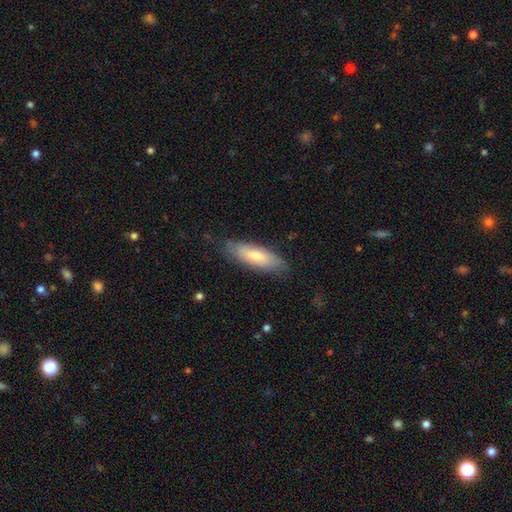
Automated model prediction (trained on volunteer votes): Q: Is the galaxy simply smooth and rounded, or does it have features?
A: smooth — 64%.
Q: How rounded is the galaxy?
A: in between — 53%.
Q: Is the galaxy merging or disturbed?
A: none — 78%.